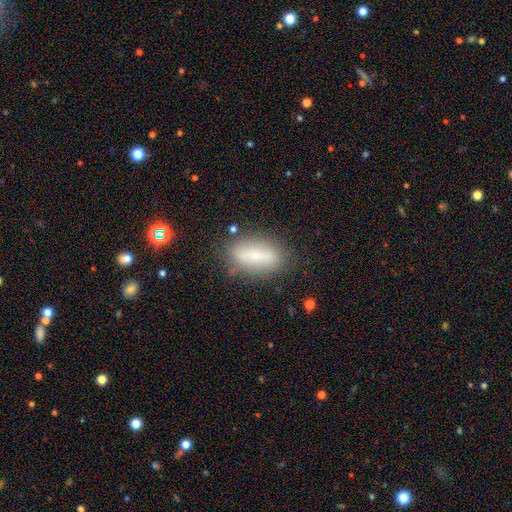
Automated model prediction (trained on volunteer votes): This is possibly a smooth galaxy (55%). How rounded: likely in between (72%). Merging: likely none (79%).